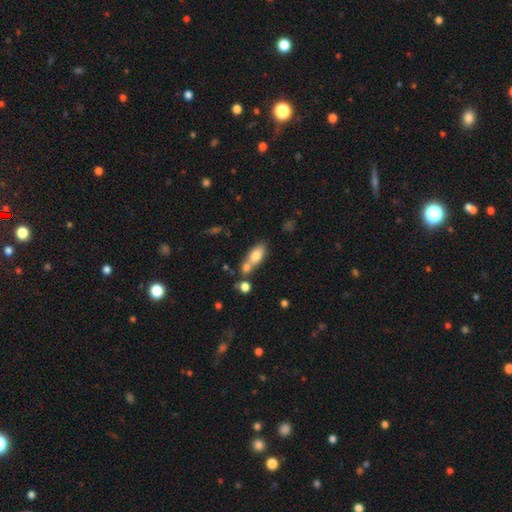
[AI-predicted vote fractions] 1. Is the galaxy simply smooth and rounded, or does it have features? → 75% smooth, 16% featured or disk, 8% star or artifact.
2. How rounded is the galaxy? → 80% in between, 13% cigar-shaped, 8% round.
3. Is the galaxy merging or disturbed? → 48% merger, 36% none, 11% minor disturbance, 5% major disturbance.